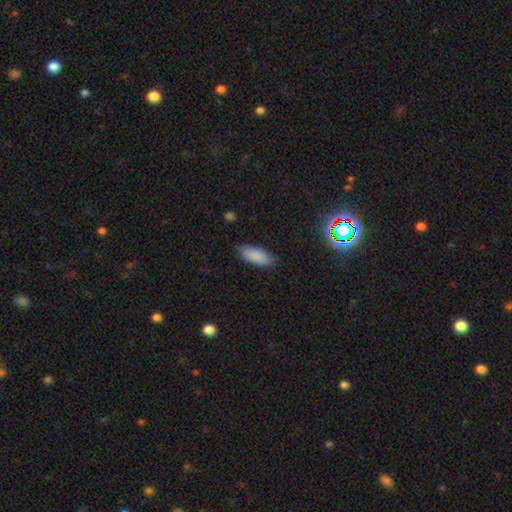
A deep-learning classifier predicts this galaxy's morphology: smooth-or-featured: smooth: 86% | featured or disk: 7% | star or artifact: 7%
  how-rounded: in between: 81% | cigar-shaped: 18% | round: 2%
  merging: none: 80% | minor disturbance: 16% | major disturbance: 3% | merger: 1%